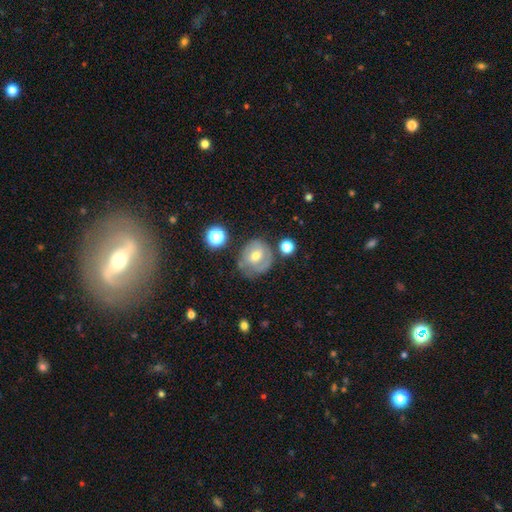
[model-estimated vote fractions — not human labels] A featured or disk galaxy (50%).

Vote fractions:
- Smooth or featured? featured or disk: 50% / smooth: 40% / star or artifact: 10%
- Merging? none: 58% / minor disturbance: 24% / major disturbance: 11% / merger: 7%